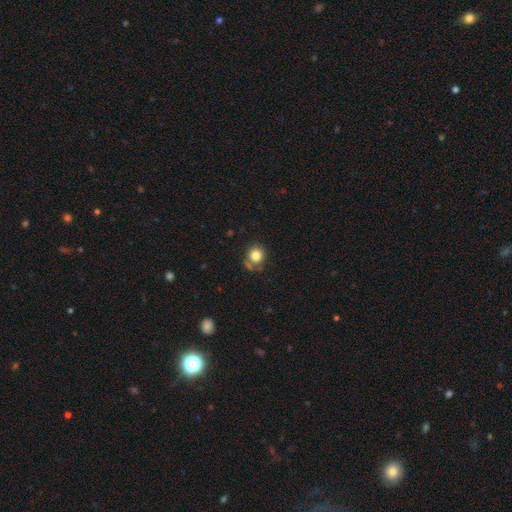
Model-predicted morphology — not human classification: smooth 81%, star or artifact 11%, featured or disk 9%. Down the decision tree: how rounded — round (87%); merging — none (69%).